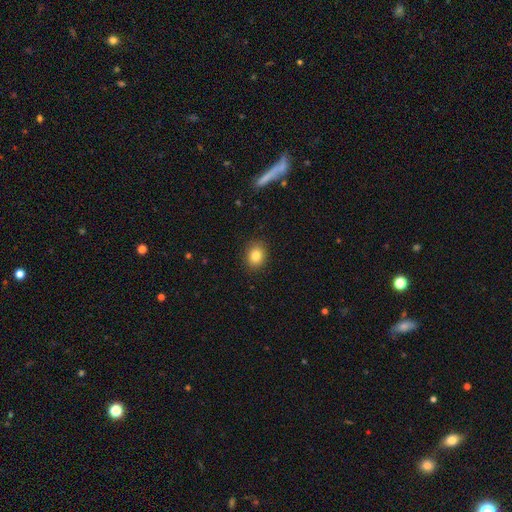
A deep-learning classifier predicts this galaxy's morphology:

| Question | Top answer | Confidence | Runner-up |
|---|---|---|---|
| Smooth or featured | smooth | 83% | star or artifact (10%) |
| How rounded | round | 53% | in between (46%) |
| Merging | none | 89% | minor disturbance (8%) |